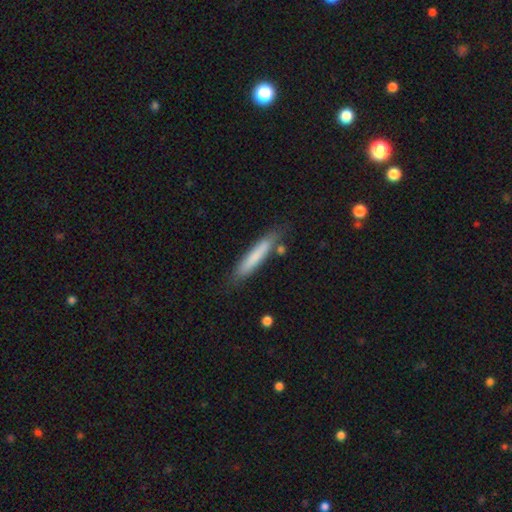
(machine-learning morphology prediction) A smooth galaxy with no disk features (74%) that is cigar-shaped (91%). Merging: none (78%).